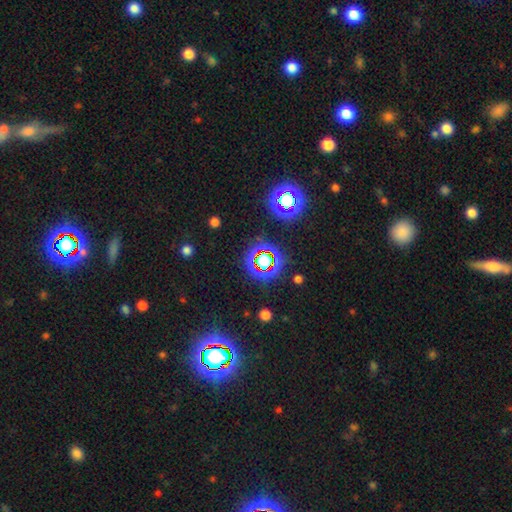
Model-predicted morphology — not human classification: A star or artifact, not a galaxy (74%).